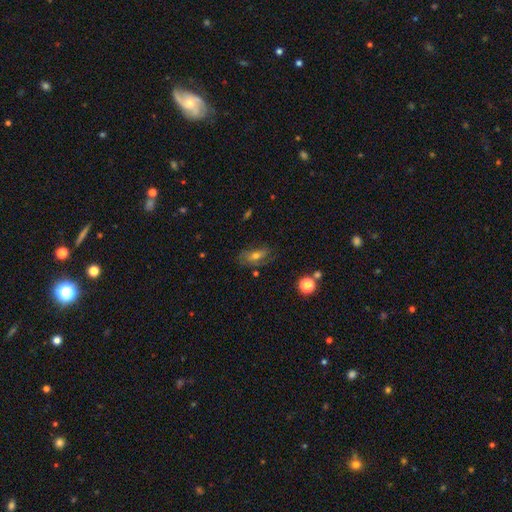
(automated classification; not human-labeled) Overall: smooth (49%; featured or disk 38%). Merging: none (60%; minor disturbance 24%).